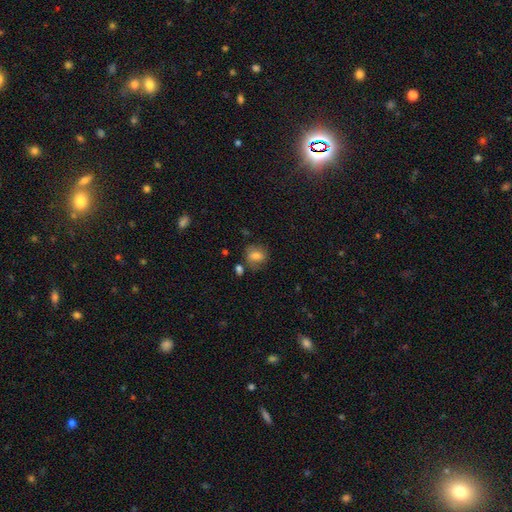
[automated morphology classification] A smooth galaxy with no disk features (72%) that is in between round and cigar-shaped (53%). Merging: none (61%).